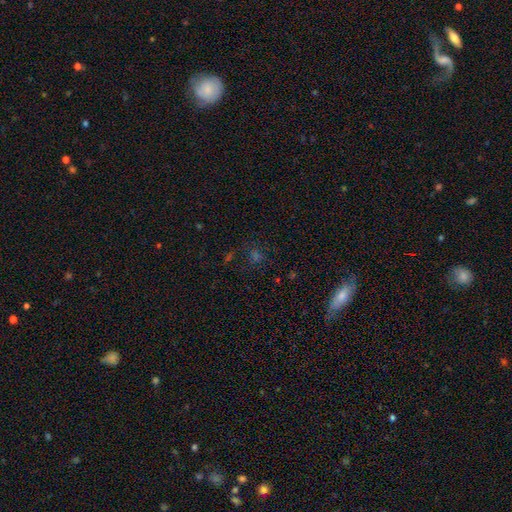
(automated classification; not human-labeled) star or artifact 44%, smooth 41%, featured or disk 15%.